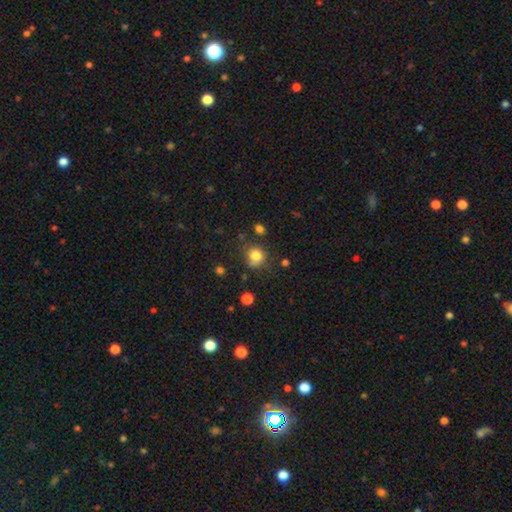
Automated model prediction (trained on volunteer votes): Morphology: type=smooth (80%); roundness=round (82%); merging=none (64%).